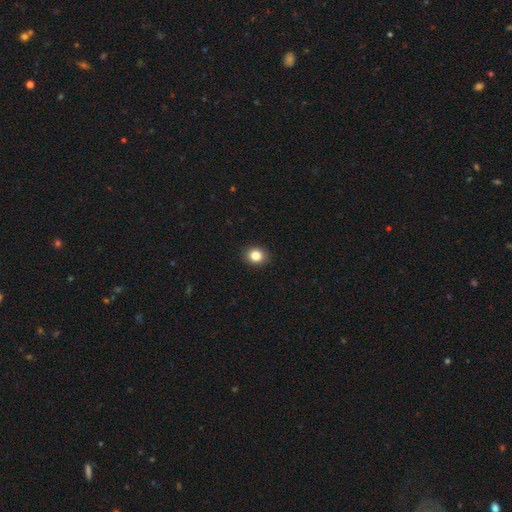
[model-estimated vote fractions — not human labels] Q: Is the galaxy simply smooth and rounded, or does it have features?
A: smooth — 84%.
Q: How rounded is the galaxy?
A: round — 68%.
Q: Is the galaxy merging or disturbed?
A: none — 91%.